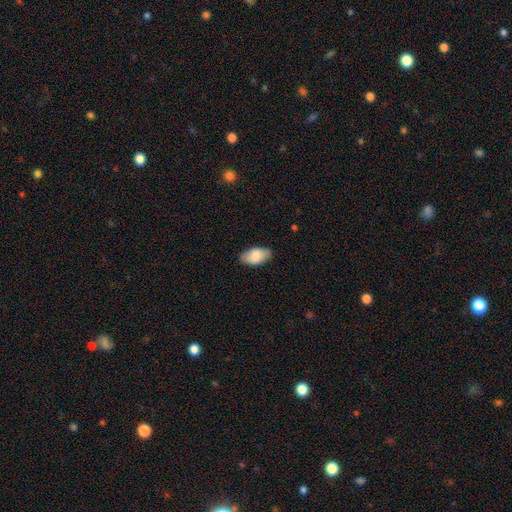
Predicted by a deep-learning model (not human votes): Smooth or featured? smooth (82%)
How rounded? in between (95%)
Merging? none (84%)